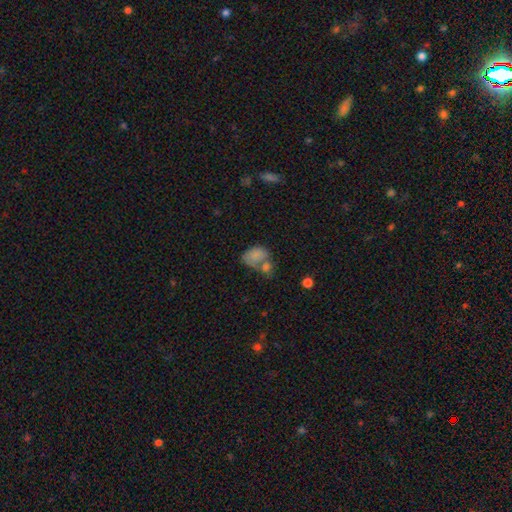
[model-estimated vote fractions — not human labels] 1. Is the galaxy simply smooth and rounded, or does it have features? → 76% smooth, 15% featured or disk, 9% star or artifact.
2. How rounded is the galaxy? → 77% in between, 21% round, 1% cigar-shaped.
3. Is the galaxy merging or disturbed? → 50% merger, 26% none, 15% minor disturbance, 10% major disturbance.